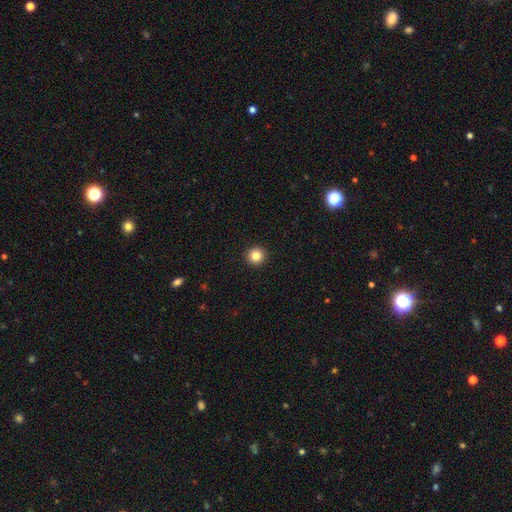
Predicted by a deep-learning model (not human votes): Smooth or featured? Predicted: smooth (p=0.84). How rounded? Predicted: round (p=0.95). Merging? Predicted: none (p=0.94).